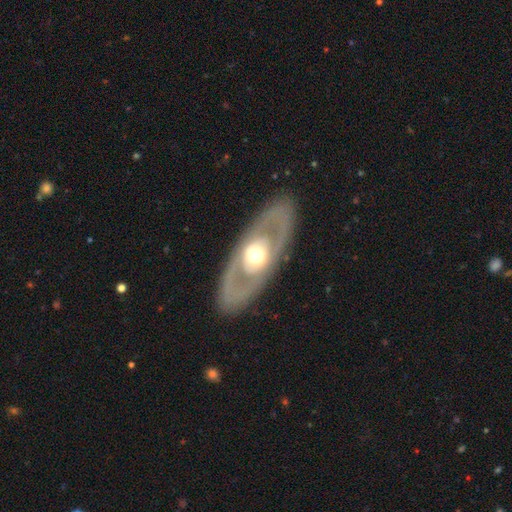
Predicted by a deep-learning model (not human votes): This is likely a featured or disk galaxy (71%). It is clearly not viewed edge-on (85%). Bar: clearly no (81%). Spiral arm pattern: likely no (78%). Central bulge: likely moderate (64%). Merging: clearly none (84%).